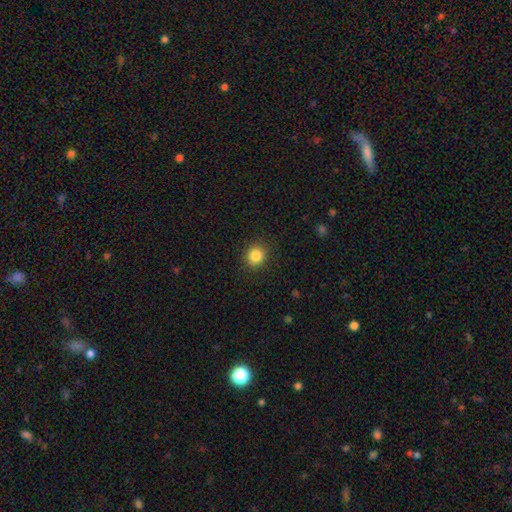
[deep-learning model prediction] Q: Smooth or featured?
A: smooth (85%); runner-up: star or artifact (10%)
Q: How rounded?
A: round (82%); runner-up: in between (17%)
Q: Merging?
A: none (90%); runner-up: minor disturbance (7%)